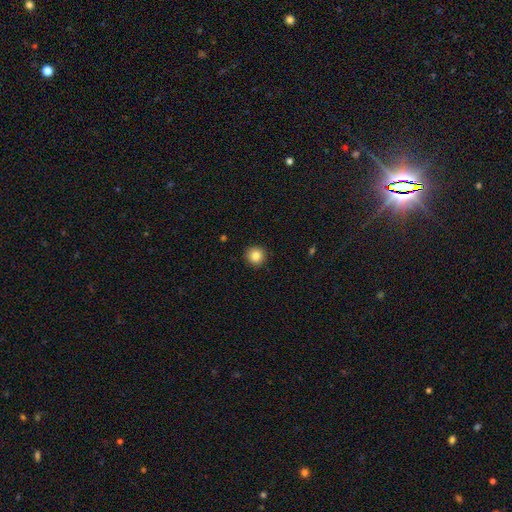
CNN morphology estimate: type=smooth (85%); roundness=round (94%); merging=none (92%).